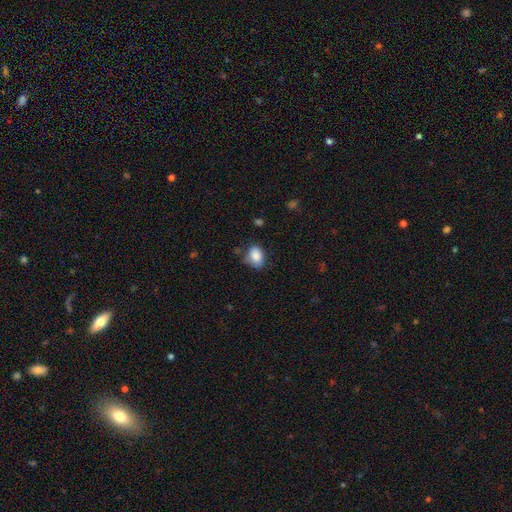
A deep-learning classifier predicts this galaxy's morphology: Smooth or featured? smooth (86%)
How rounded? in between (75%)
Merging? none (61%)